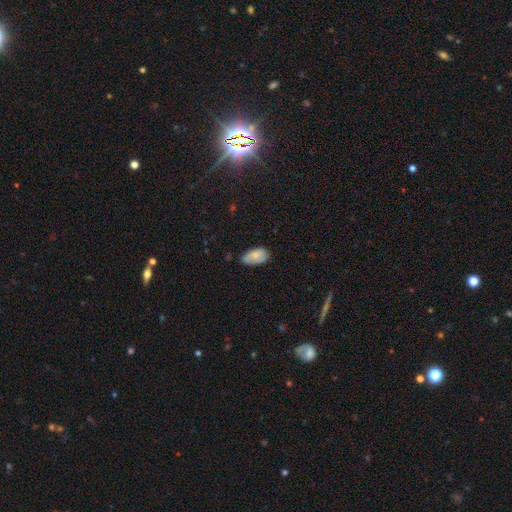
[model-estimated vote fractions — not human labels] Smooth or featured? smooth (78%)
How rounded? in between (94%)
Merging? none (59%)